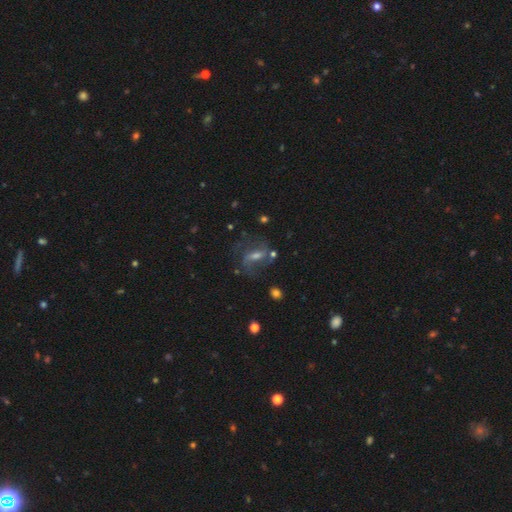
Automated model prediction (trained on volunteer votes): Q: Smooth or featured?
A: featured or disk (71%); runner-up: smooth (16%)
Q: Edge-on disk?
A: no (93%); runner-up: yes (7%)
Q: Bar?
A: weak (46%); runner-up: strong (32%)
Q: Spiral arms?
A: yes (86%); runner-up: no (14%)
Q: Spiral winding?
A: medium (46%); runner-up: loose (36%)
Q: Spiral arm count?
A: 2 (72%); runner-up: can't tell (13%)
Q: Bulge size?
A: moderate (48%); runner-up: small (37%)
Q: Merging?
A: none (62%); runner-up: minor disturbance (17%)